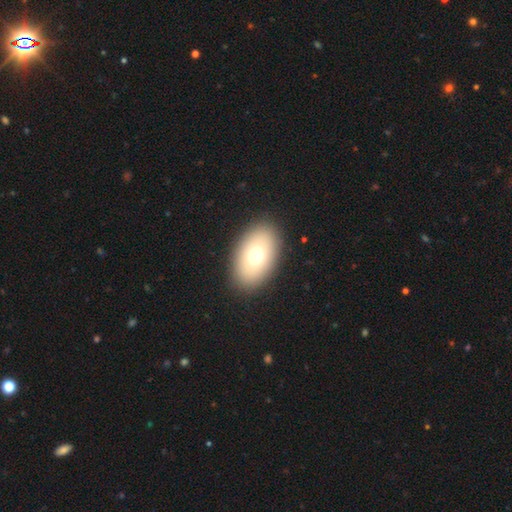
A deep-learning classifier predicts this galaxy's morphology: Smooth or featured: smooth — 71% (featured or disk — 19%)
How rounded: in between — 88% (round — 10%)
Merging: none — 89% (minor disturbance — 7%)